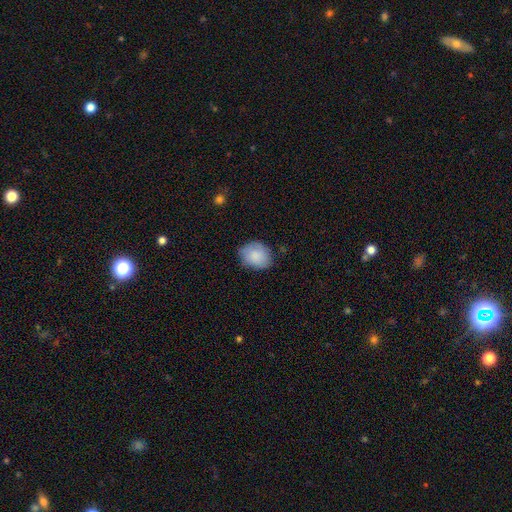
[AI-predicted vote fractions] smooth_or_featured: smooth (p=0.85) [alt: featured or disk p=0.09]
how_rounded: in between (p=0.52) [alt: round p=0.47]
merging: none (p=0.73) [alt: minor disturbance p=0.22]